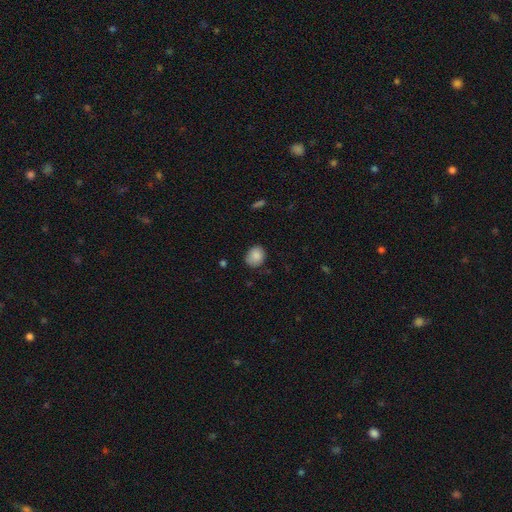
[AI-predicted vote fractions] This is clearly a smooth galaxy (87%). How rounded: likely round (63%). Merging: likely none (74%).